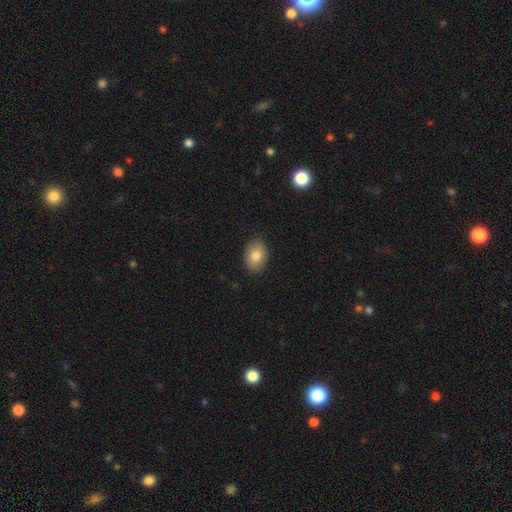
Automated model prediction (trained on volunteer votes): smooth-or-featured: smooth: 82% | featured or disk: 10% | star or artifact: 7%
  how-rounded: in between: 78% | round: 21% | cigar-shaped: 1%
  merging: none: 87% | minor disturbance: 10% | major disturbance: 2% | merger: 1%